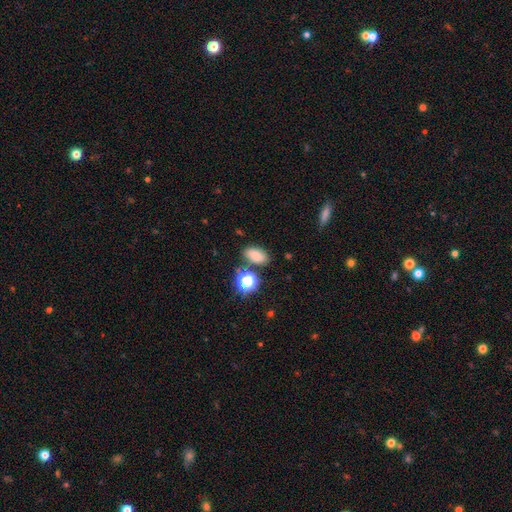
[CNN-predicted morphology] The model was most divided on "merging": none: 75%, minor disturbance: 13%, merger: 9%, major disturbance: 4%. More confident: how rounded — in between (85%); smooth or featured — smooth (78%).